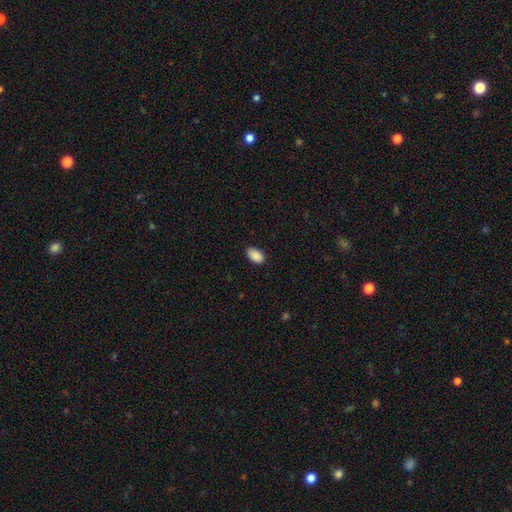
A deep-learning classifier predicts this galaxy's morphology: This appears to be a smooth galaxy with no disk features (90%) that is in between round and cigar-shaped (93%). Merging: none (83%).